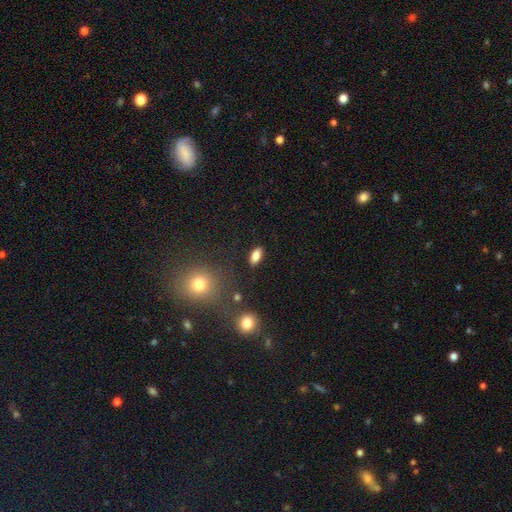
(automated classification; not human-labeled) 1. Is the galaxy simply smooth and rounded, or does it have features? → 83% smooth, 9% star or artifact, 8% featured or disk.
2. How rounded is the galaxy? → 87% in between, 8% cigar-shaped, 5% round.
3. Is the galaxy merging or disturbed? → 86% none, 9% minor disturbance, 3% major disturbance, 2% merger.